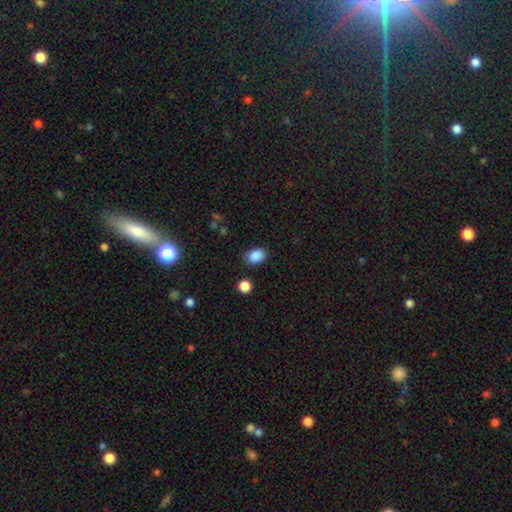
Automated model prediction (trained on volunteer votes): A smooth galaxy with no disk features (88%) that is in between round and cigar-shaped (78%).

Vote fractions:
- Smooth or featured? smooth: 88% / star or artifact: 9% / featured or disk: 3%
- How rounded? in between: 78% / round: 21% / cigar-shaped: 1%
- Merging? none: 80% / minor disturbance: 14% / major disturbance: 3% / merger: 3%